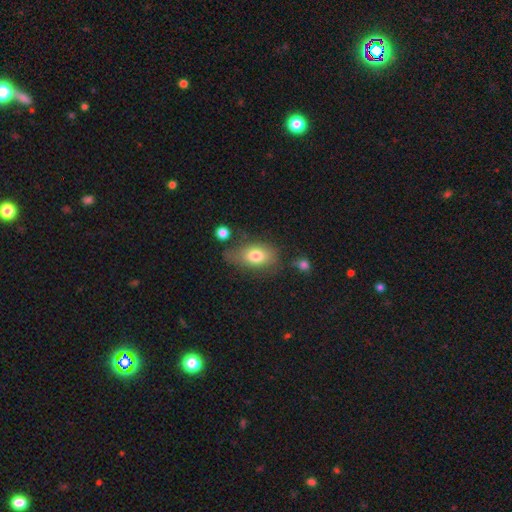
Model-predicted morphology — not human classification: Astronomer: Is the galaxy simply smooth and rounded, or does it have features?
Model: smooth — 77%.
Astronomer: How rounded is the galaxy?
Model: in between — 84%.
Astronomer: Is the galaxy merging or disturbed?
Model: none — 55%.